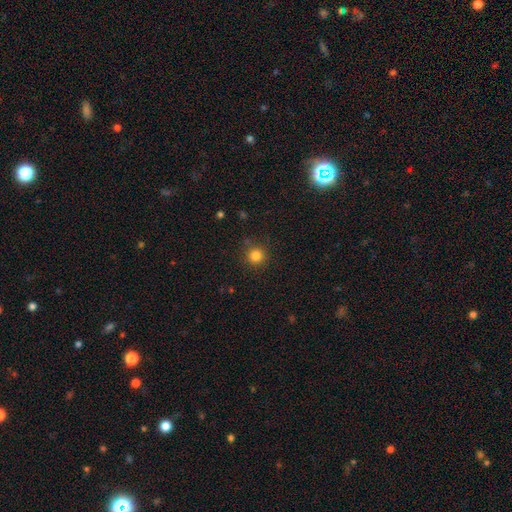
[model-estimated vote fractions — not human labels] smooth 83%, star or artifact 13%, featured or disk 5%. Down the decision tree: how rounded — round (95%); merging — none (87%).